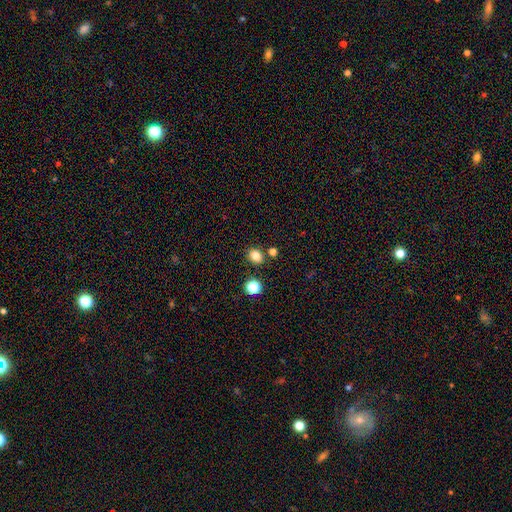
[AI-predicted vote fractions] This is clearly a smooth galaxy (81%). How rounded: possibly round (60%). Merging: clearly none (82%).